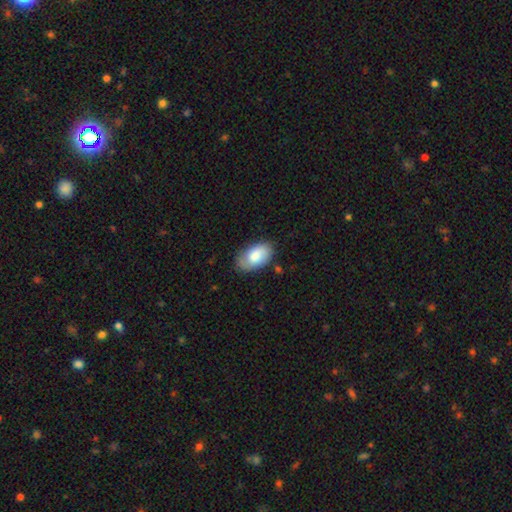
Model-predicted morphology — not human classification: Q: Smooth or featured?
A: smooth (75%); runner-up: featured or disk (19%)
Q: How rounded?
A: in between (94%); runner-up: round (5%)
Q: Merging?
A: none (74%); runner-up: minor disturbance (20%)